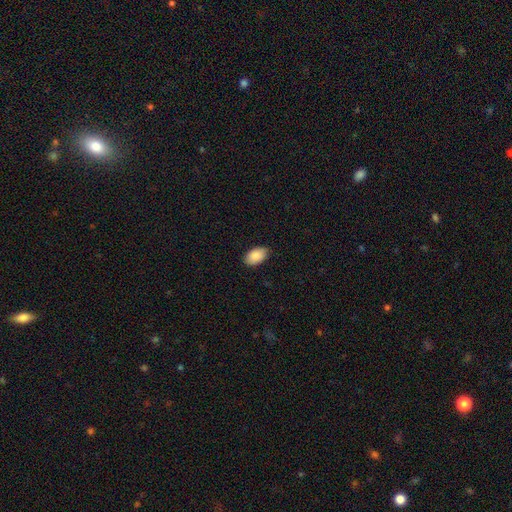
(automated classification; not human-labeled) Overall: smooth (89%). How rounded: in between (94%). Merging: none (84%).